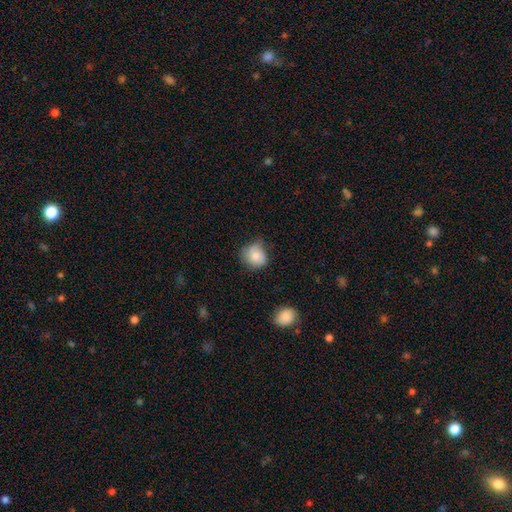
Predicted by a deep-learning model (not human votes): The model was most divided on "merging": none: 52%, minor disturbance: 37%, major disturbance: 9%, merger: 2%. More confident: smooth or featured — smooth (81%); how rounded — round (73%).